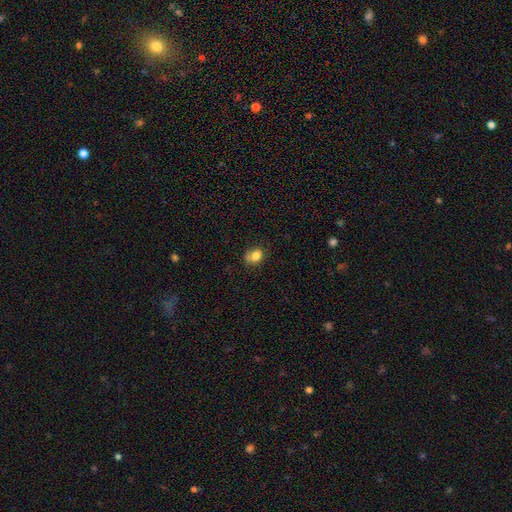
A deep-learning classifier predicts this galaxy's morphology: smooth_or_featured: smooth (p=0.80) [alt: star or artifact p=0.11]
how_rounded: round (p=0.58) [alt: in between p=0.41]
merging: none (p=0.51) [alt: minor disturbance p=0.25]